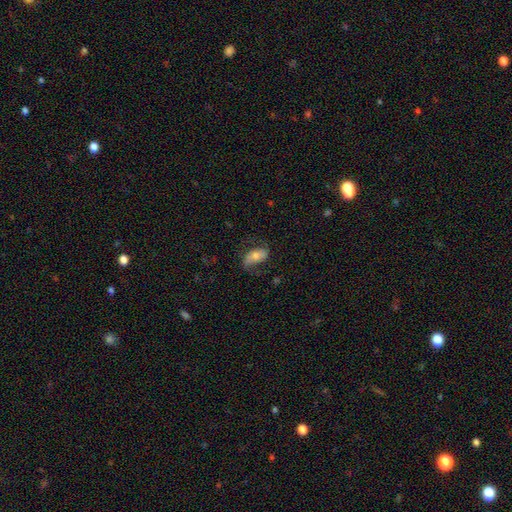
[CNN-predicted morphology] Q: Smooth or featured?
A: featured or disk (50%); runner-up: smooth (42%)
Q: Merging?
A: none (66%); runner-up: minor disturbance (20%)